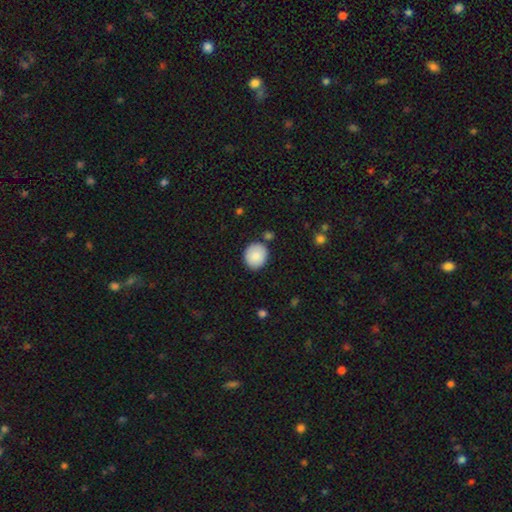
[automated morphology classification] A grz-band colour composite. It shows a smooth galaxy with no disk features (87%) that is round (83%). Merging: none (84%).